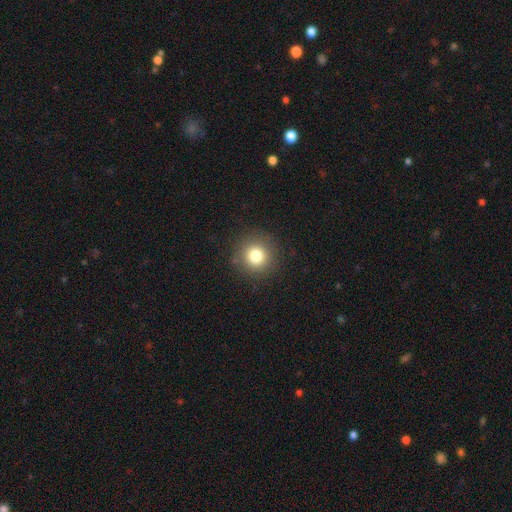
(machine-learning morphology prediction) smooth-or-featured: smooth: 79% | star or artifact: 13% | featured or disk: 8%
  how-rounded: round: 94% | in between: 5% | cigar-shaped: 1%
  merging: none: 90% | minor disturbance: 6% | major disturbance: 3% | merger: 1%